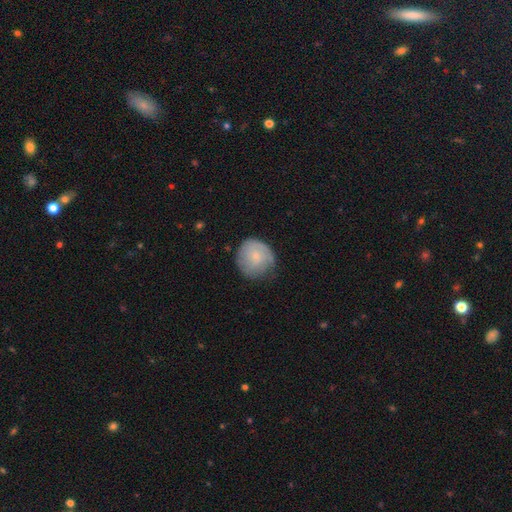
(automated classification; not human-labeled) Smooth or featured: smooth — 57% (featured or disk — 37%)
How rounded: round — 87% (in between — 12%)
Merging: none — 60% (minor disturbance — 29%)